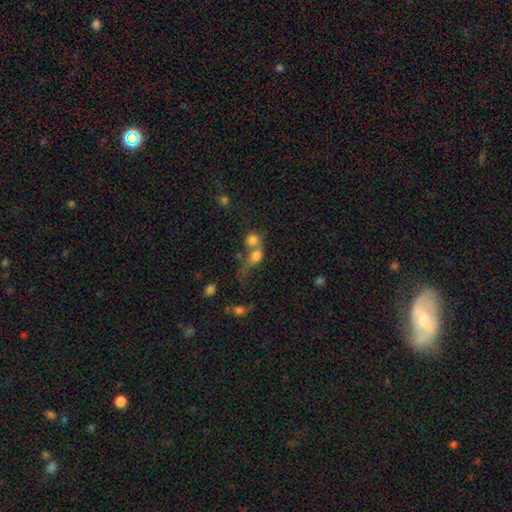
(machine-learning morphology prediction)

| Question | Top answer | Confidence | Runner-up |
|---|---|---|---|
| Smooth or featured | smooth | 71% | featured or disk (16%) |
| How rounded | round | 52% | in between (44%) |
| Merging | merger | 60% | none (20%) |